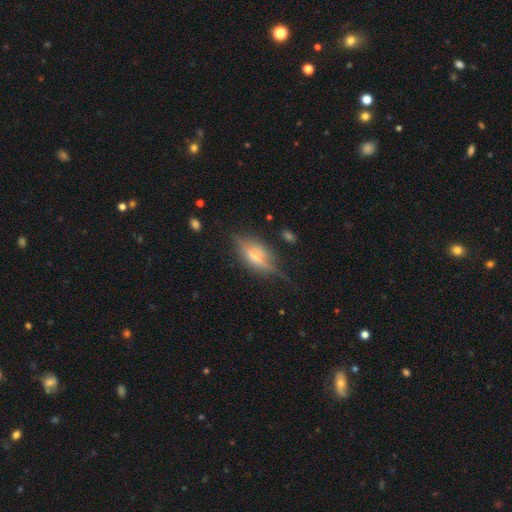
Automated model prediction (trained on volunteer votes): This is likely a featured or disk galaxy (66%). It is clearly viewed edge-on (90%). Edge-on bulge: likely rounded (75%). Merging: likely none (67%).